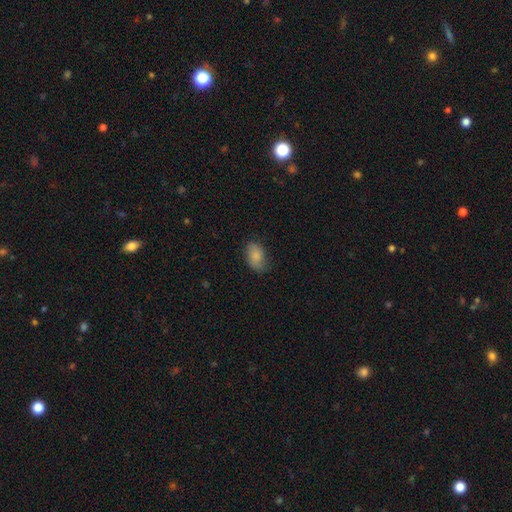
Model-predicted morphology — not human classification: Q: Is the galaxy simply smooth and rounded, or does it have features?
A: smooth — 82%.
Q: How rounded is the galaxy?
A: in between — 90%.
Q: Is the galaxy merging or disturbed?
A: none — 70%.